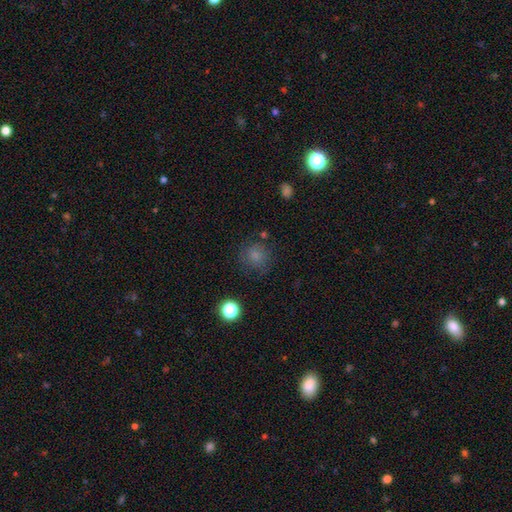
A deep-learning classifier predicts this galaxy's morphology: The model was most divided on "merging": none: 76%, minor disturbance: 14%, major disturbance: 6%, merger: 3%. More confident: how rounded — round (87%); smooth or featured — smooth (77%).